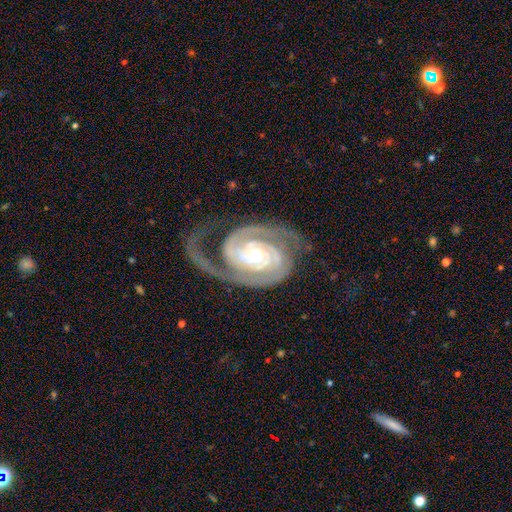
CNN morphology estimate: A featured or disk galaxy (93%) with no bar (59%), 2 (78%) tight (65%) spiral arms (99%) and a moderate central bulge (52%). Merging: none (65%).